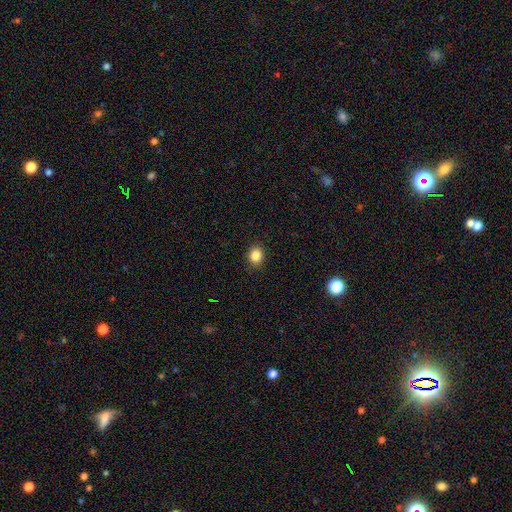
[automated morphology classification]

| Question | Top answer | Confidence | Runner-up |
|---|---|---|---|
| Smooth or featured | smooth | 85% | star or artifact (10%) |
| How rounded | round | 66% | in between (33%) |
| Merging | none | 90% | minor disturbance (7%) |